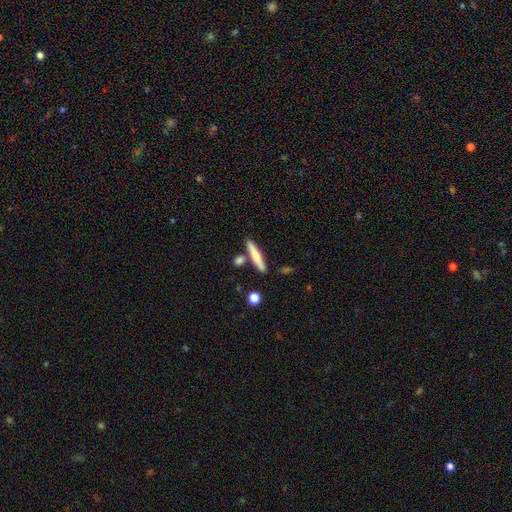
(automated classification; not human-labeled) smooth 61%, featured or disk 33%, star or artifact 6%. Down the decision tree: how rounded — cigar-shaped (88%); merging — none (79%).